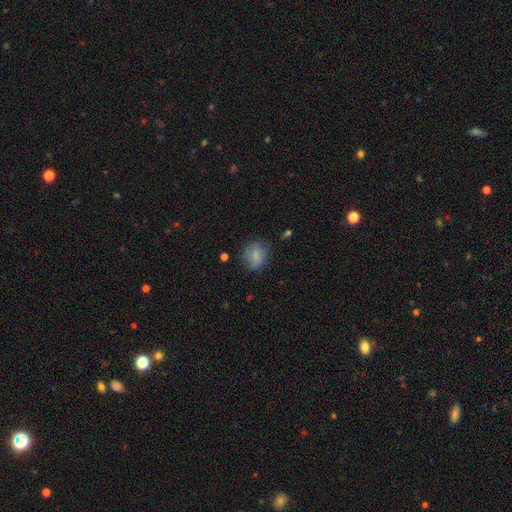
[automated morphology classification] type=smooth (73%); roundness=round (75%); merging=none (68%).